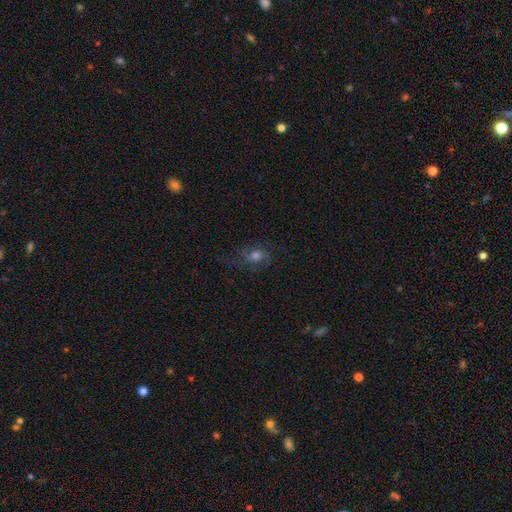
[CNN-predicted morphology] Smooth or featured? featured or disk (54%)
Edge-on disk? no (95%)
Bar? no (69%)
Spiral arms? yes (87%)
Bulge size? moderate (56%)
Merging? none (67%)